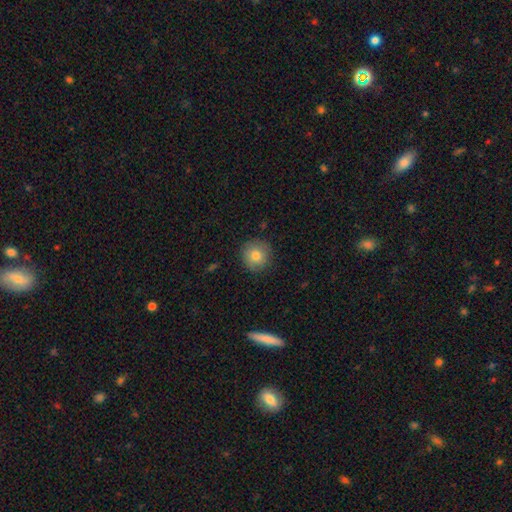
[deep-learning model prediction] A smooth galaxy with no disk features (83%) that is round (93%). Merging: none (88%).